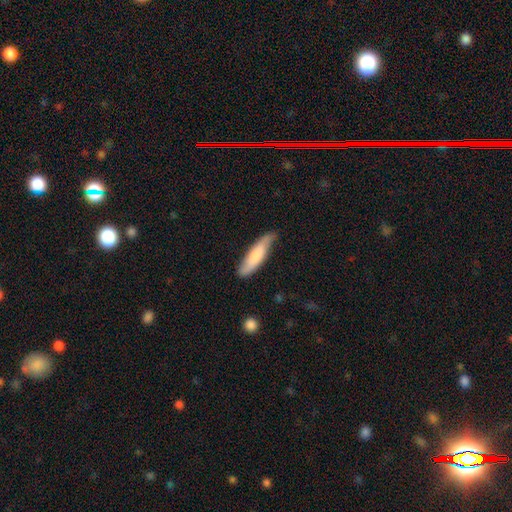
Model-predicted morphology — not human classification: smooth_or_featured: smooth (p=0.72) [alt: featured or disk p=0.23]
how_rounded: cigar-shaped (p=0.72) [alt: in between p=0.27]
merging: none (p=0.70) [alt: minor disturbance p=0.24]